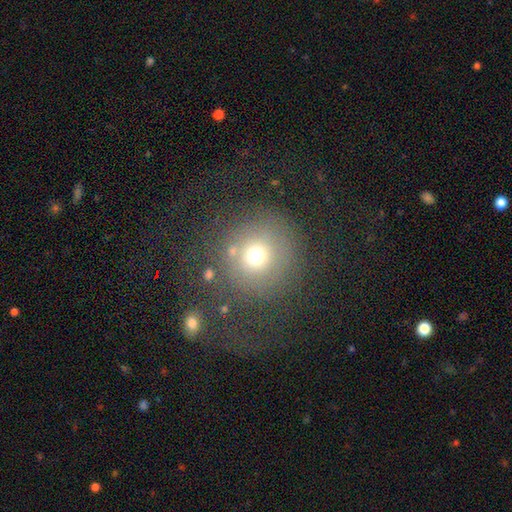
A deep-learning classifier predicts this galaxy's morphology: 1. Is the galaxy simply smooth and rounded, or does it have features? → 69% smooth, 17% star or artifact, 14% featured or disk.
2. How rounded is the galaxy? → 94% round, 5% in between, 1% cigar-shaped.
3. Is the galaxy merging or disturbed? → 74% none, 11% minor disturbance, 9% major disturbance, 5% merger.